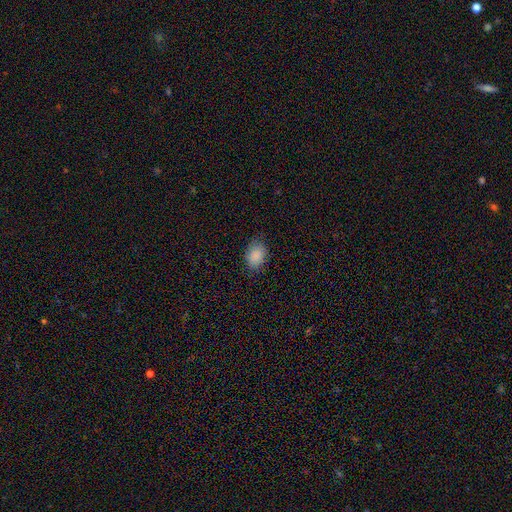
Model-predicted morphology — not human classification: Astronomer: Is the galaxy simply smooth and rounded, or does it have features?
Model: smooth — 88%.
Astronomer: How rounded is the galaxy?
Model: in between — 75%.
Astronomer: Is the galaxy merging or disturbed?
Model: none — 81%.